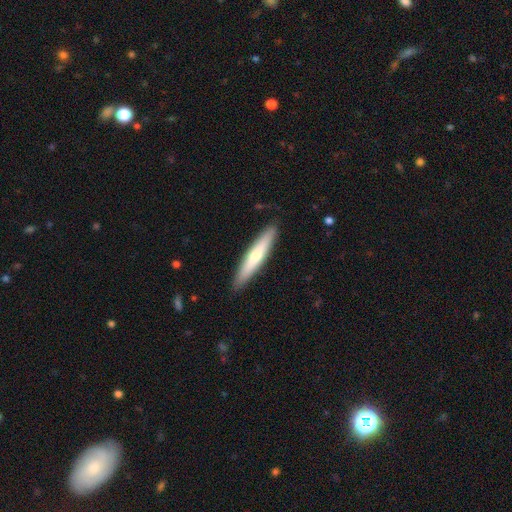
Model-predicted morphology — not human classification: type=smooth (60%); roundness=cigar-shaped (90%); merging=none (89%).